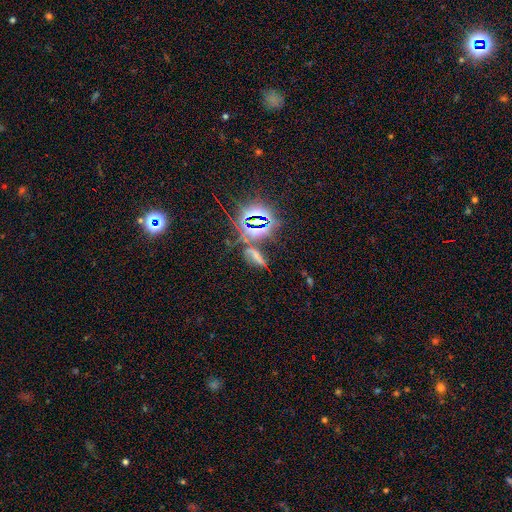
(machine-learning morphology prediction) A star or artifact, not a galaxy (49%).

Vote fractions:
- Smooth or featured? star or artifact: 49% / smooth: 30% / featured or disk: 21%